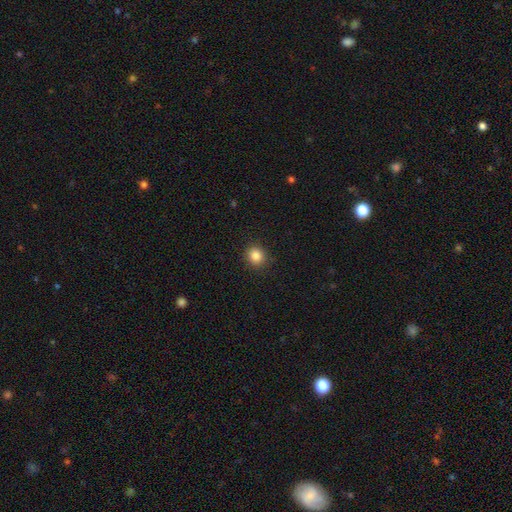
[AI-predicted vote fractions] smooth-or-featured: smooth: 85% | star or artifact: 11% | featured or disk: 4%
  how-rounded: round: 83% | in between: 16% | cigar-shaped: 1%
  merging: none: 89% | minor disturbance: 7% | major disturbance: 2% | merger: 1%